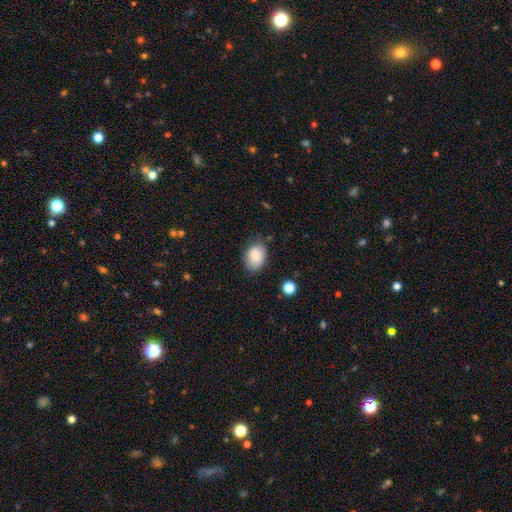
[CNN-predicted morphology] smooth 85%, featured or disk 8%, star or artifact 8%. Down the decision tree: how rounded — in between (77%); merging — none (74%).